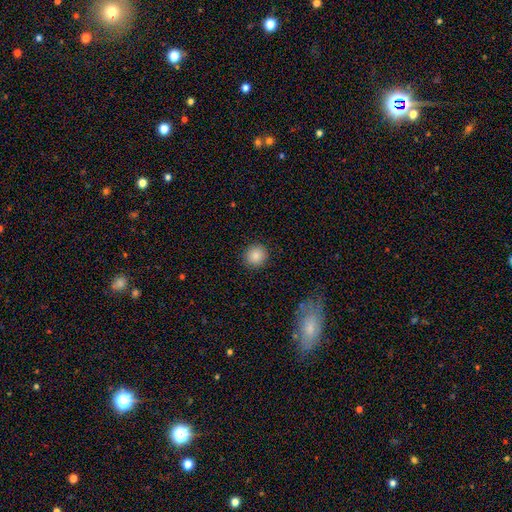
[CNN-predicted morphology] smooth-or-featured: smooth: 86% | star or artifact: 9% | featured or disk: 4%
  how-rounded: round: 89% | in between: 10% | cigar-shaped: 1%
  merging: none: 90% | minor disturbance: 6% | major disturbance: 2% | merger: 1%